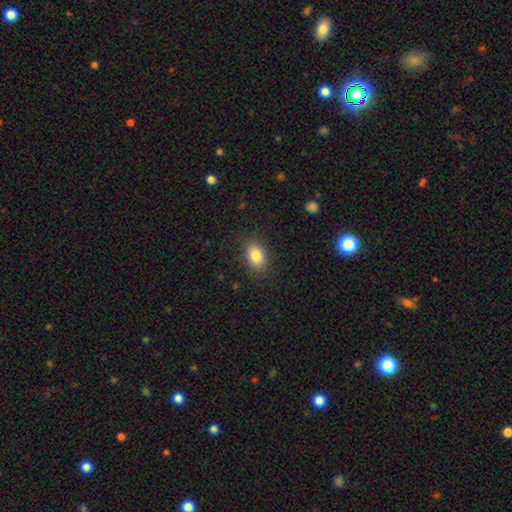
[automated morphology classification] A smooth galaxy with no disk features (83%) that is in between round and cigar-shaped (79%).

Vote fractions:
- Smooth or featured? smooth: 83% / star or artifact: 9% / featured or disk: 8%
- How rounded? in between: 79% / round: 20% / cigar-shaped: 1%
- Merging? none: 85% / minor disturbance: 11% / major disturbance: 3% / merger: 1%